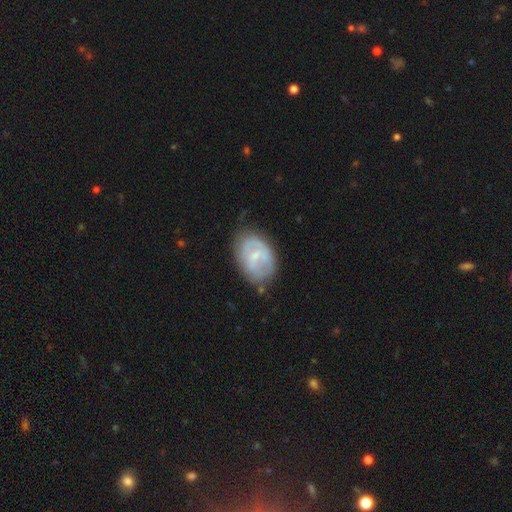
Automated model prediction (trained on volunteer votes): Q: Smooth or featured?
A: featured or disk (56%); runner-up: smooth (37%)
Q: Edge-on disk?
A: no (96%); runner-up: yes (4%)
Q: Bar?
A: weak (52%); runner-up: no (33%)
Q: Spiral arms?
A: yes (57%); runner-up: no (43%)
Q: Bulge size?
A: small (61%); runner-up: moderate (24%)
Q: Merging?
A: none (62%); runner-up: minor disturbance (26%)